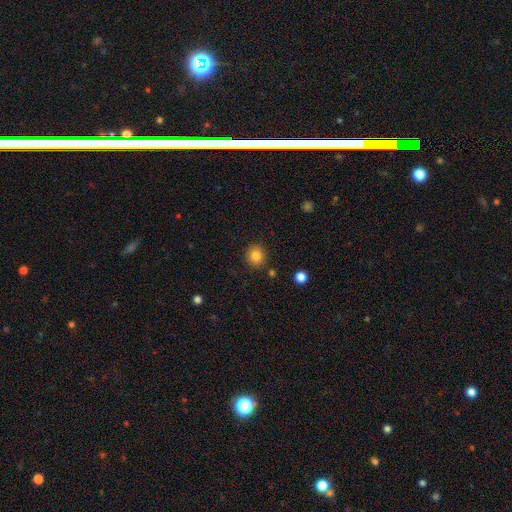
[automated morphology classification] Smooth or featured?
  - smooth: 83% *
  - star or artifact: 11%
  - featured or disk: 6%
How rounded?
  - round: 86% *
  - in between: 14%
  - cigar-shaped: 1%
Merging?
  - none: 88% *
  - minor disturbance: 8%
  - merger: 3%
  - major disturbance: 2%